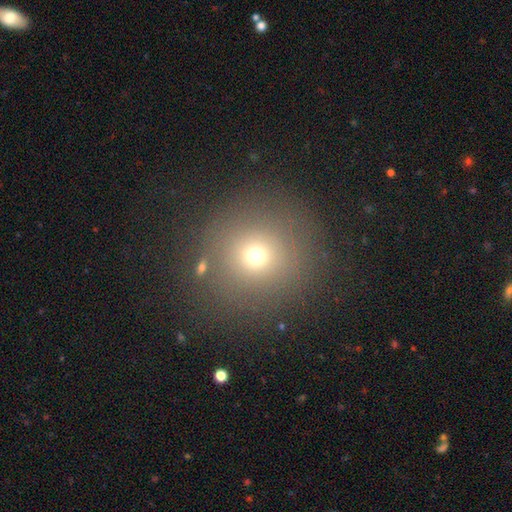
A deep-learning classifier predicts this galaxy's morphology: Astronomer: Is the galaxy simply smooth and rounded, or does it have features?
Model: smooth — 67%.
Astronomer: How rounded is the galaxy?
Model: round — 92%.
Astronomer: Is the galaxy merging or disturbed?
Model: none — 83%.